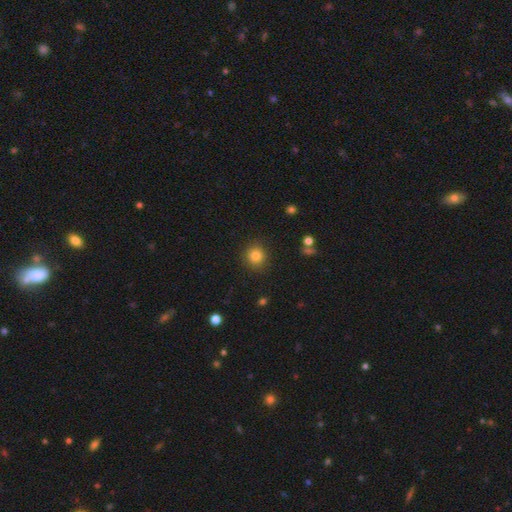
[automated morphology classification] type=smooth (83%); roundness=round (90%); merging=none (89%).